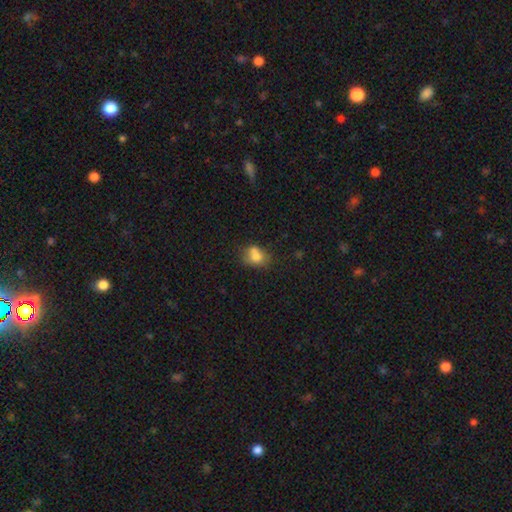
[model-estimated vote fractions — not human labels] The model was most divided on "merging" (2-way tie): merger: 40%, none: 40%, minor disturbance: 14%, major disturbance: 5%. More confident: smooth or featured — smooth (72%); how rounded — round (51%).